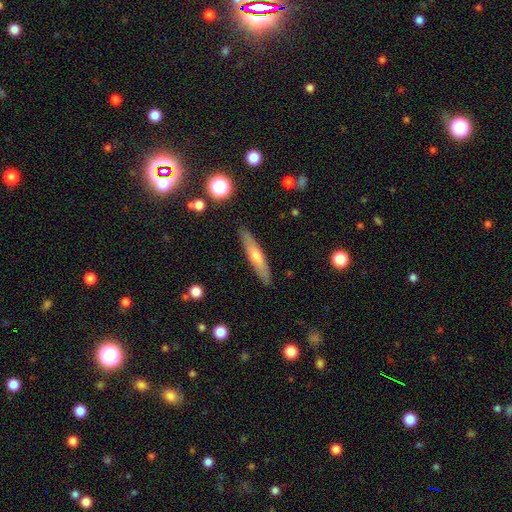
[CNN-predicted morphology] smooth-or-featured: featured or disk: 46% (tied) | smooth: 46% (tied) | star or artifact: 8%
  merging: none: 89% | minor disturbance: 8% | major disturbance: 2% | merger: 1%